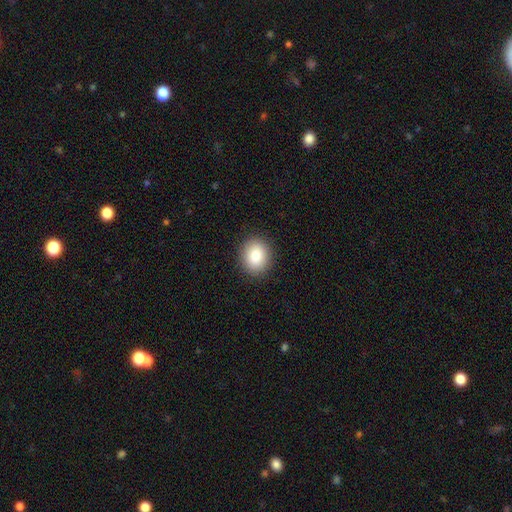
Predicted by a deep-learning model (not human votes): Smooth or featured: smooth — 84% (star or artifact — 9%)
How rounded: round — 67% (in between — 32%)
Merging: none — 90% (minor disturbance — 7%)